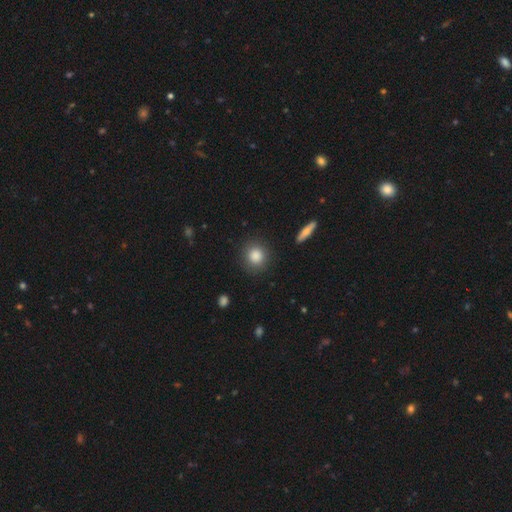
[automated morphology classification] smooth 86%, star or artifact 8%, featured or disk 5%. Down the decision tree: how rounded — round (85%); merging — none (87%).